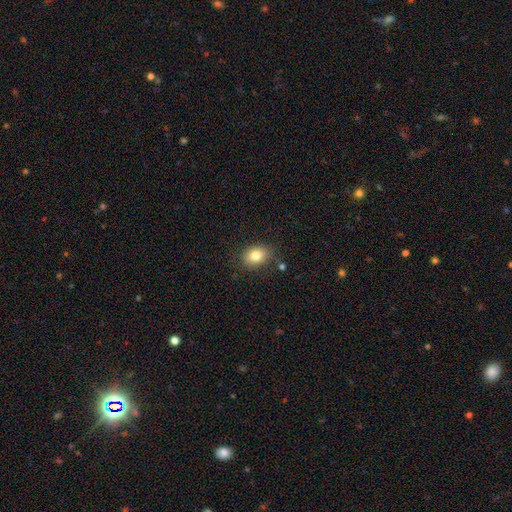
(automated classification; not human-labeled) smooth 82%, star or artifact 9%, featured or disk 9%. Down the decision tree: how rounded — in between (66%); merging — none (80%).